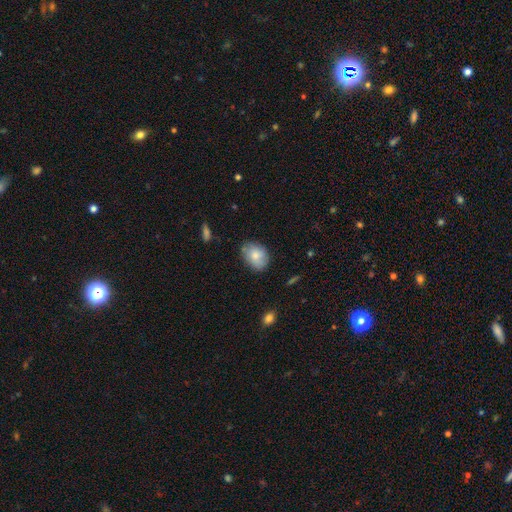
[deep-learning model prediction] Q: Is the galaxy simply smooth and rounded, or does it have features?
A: smooth — 78%.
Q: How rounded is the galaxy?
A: in between — 69%.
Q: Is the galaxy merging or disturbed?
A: none — 75%.